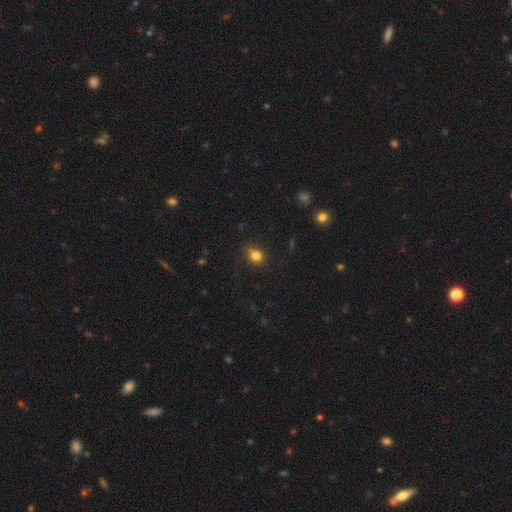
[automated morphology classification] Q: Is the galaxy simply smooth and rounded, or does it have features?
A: smooth — 81%.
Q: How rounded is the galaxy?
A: round — 66%.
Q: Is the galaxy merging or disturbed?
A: none — 72%.